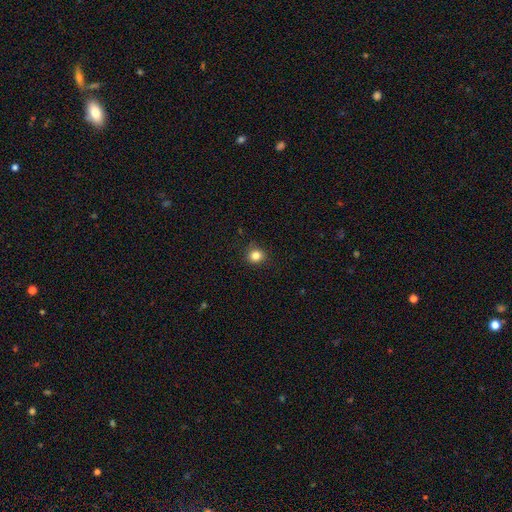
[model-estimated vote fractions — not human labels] The model was most divided on "smooth or featured": smooth: 83%, star or artifact: 12%, featured or disk: 5%. More confident: how rounded — round (88%); merging — none (88%).